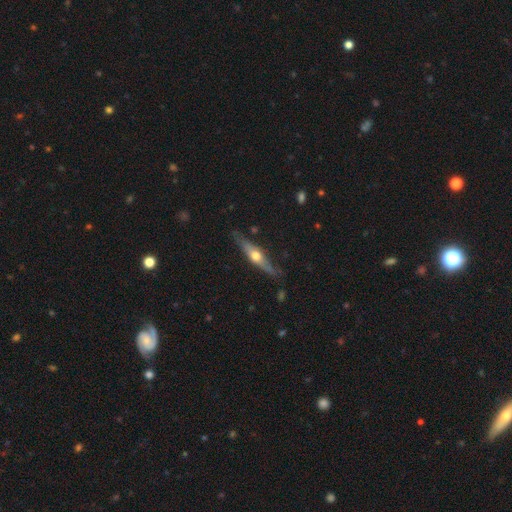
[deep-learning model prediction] featured or disk 63%, smooth 32%, star or artifact 5%. Down the decision tree: edge-on disk — yes (90%); edge-on bulge — rounded (93%); merging — none (78%).